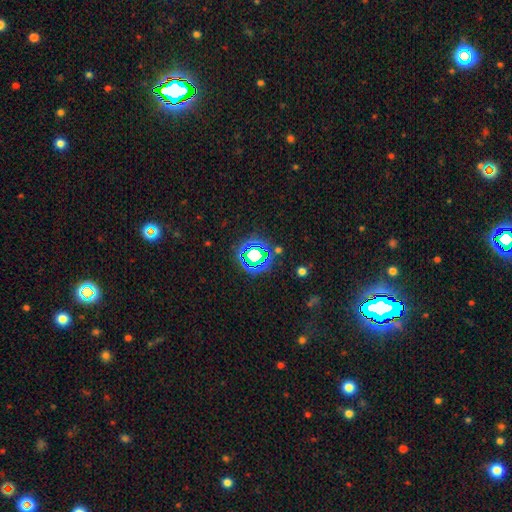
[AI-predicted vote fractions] Smooth or featured? Predicted: star or artifact (p=0.65).